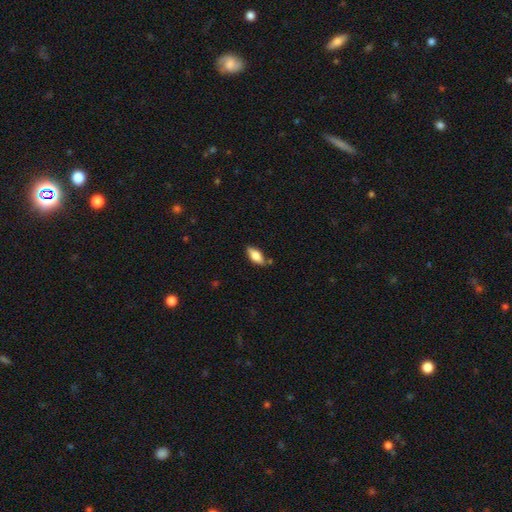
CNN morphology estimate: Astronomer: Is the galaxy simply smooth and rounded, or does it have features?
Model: smooth — 75%.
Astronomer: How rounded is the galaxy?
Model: in between — 81%.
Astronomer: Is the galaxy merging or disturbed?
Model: none — 79%.